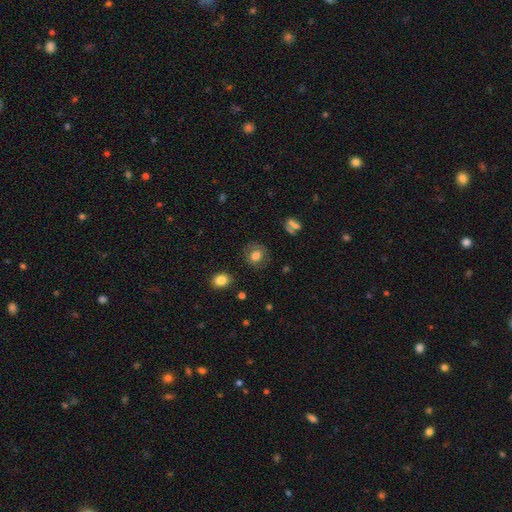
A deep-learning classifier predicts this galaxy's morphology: smooth-or-featured: smooth: 75% | featured or disk: 15% | star or artifact: 10%
  how-rounded: round: 71% | in between: 28% | cigar-shaped: 1%
  merging: none: 79% | minor disturbance: 14% | major disturbance: 5% | merger: 2%